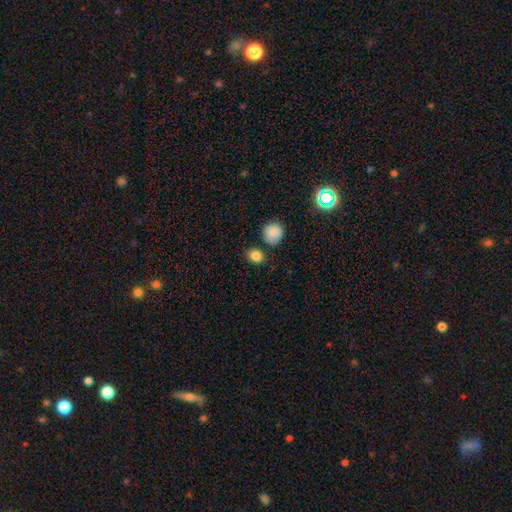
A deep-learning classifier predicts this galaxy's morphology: Q: Smooth or featured?
A: smooth (84%); runner-up: star or artifact (11%)
Q: How rounded?
A: round (62%); runner-up: in between (37%)
Q: Merging?
A: none (77%); runner-up: minor disturbance (11%)